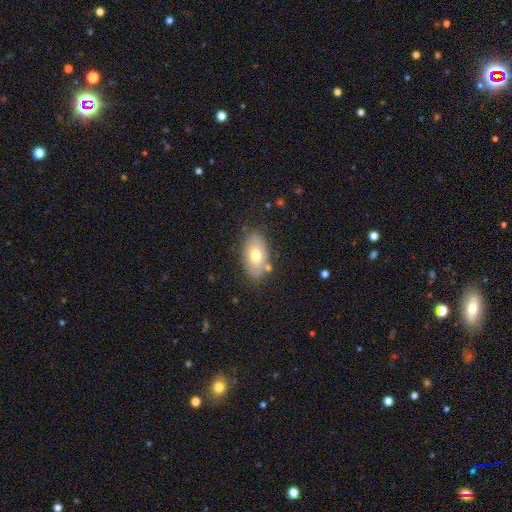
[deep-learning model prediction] Overall: smooth (70%). How rounded: in between (92%). Merging: none (78%).